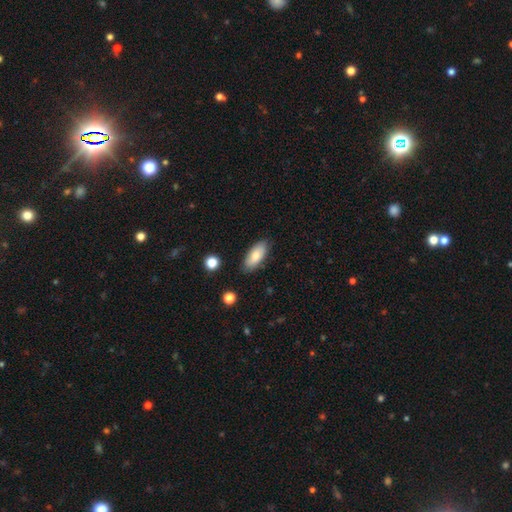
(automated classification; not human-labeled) A smooth galaxy with no disk features (75%) that is in between round and cigar-shaped (84%).

Vote fractions:
- Smooth or featured? smooth: 75% / featured or disk: 18% / star or artifact: 7%
- How rounded? in between: 84% / cigar-shaped: 14% / round: 2%
- Merging? none: 84% / minor disturbance: 12% / major disturbance: 2% / merger: 2%